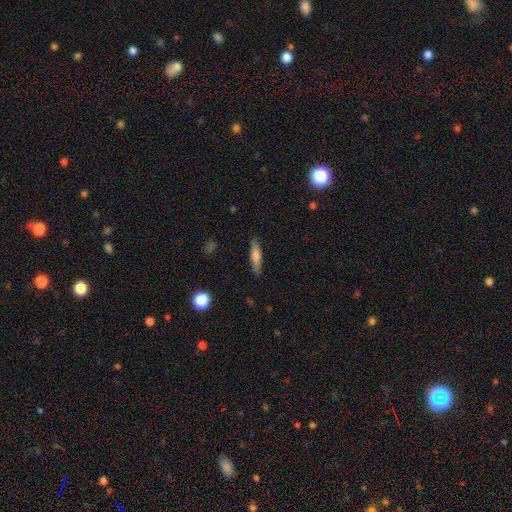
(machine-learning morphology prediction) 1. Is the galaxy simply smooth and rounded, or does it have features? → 60% smooth, 34% featured or disk, 7% star or artifact.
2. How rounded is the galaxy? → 83% cigar-shaped, 14% in between, 2% round.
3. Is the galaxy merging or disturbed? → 87% none, 9% minor disturbance, 2% major disturbance, 1% merger.